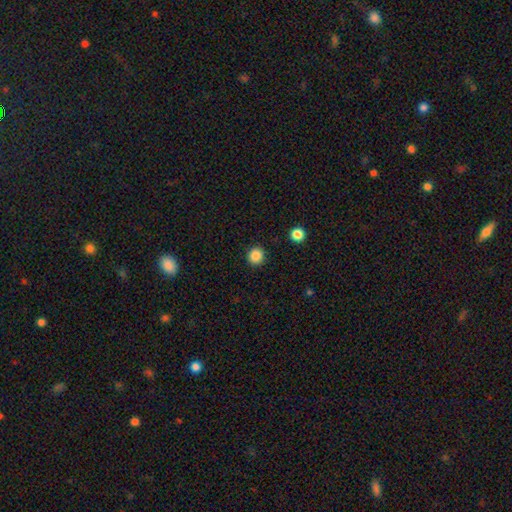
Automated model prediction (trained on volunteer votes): This appears to be a smooth galaxy with no disk features (86%) that is round (93%). Merging: none (91%).